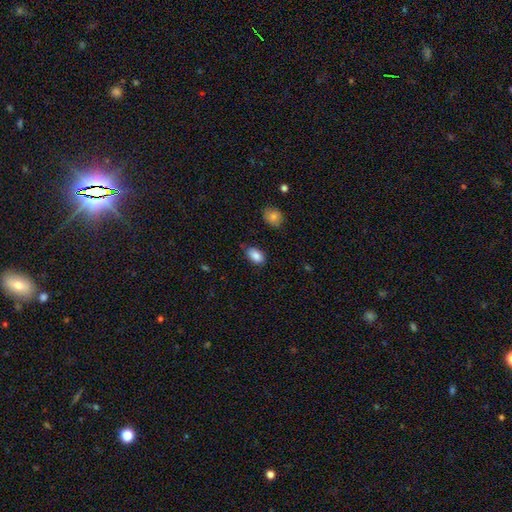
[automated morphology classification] Smooth or featured?
  - smooth: 87% *
  - star or artifact: 8%
  - featured or disk: 5%
How rounded?
  - in between: 90% *
  - round: 9%
  - cigar-shaped: 2%
Merging?
  - none: 74% *
  - minor disturbance: 21%
  - major disturbance: 4%
  - merger: 2%